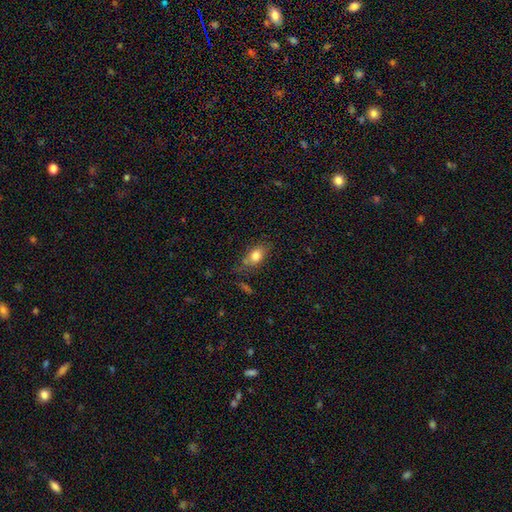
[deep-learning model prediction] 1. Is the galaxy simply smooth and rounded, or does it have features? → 79% smooth, 12% featured or disk, 9% star or artifact.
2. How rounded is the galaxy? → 81% in between, 13% round, 5% cigar-shaped.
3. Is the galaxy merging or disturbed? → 64% none, 23% minor disturbance, 8% major disturbance, 6% merger.